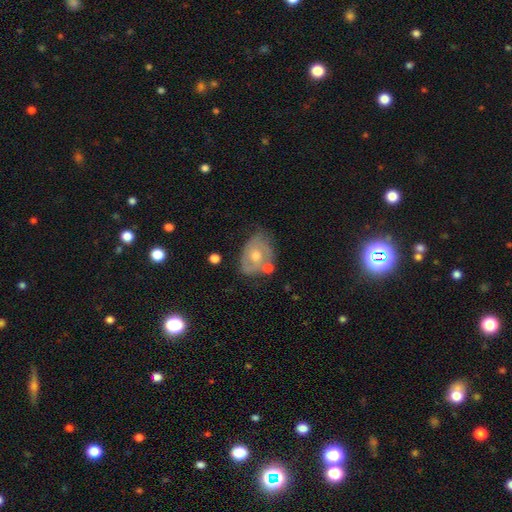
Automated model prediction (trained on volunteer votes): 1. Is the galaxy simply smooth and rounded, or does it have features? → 61% featured or disk, 30% smooth, 9% star or artifact.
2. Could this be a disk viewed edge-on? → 95% no, 5% yes.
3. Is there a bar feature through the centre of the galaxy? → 78% no, 19% weak, 4% strong.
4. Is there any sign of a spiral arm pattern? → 58% yes, 42% no.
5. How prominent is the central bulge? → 69% moderate, 24% small, 4% large, 2% none, 1% dominant.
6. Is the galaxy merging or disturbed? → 58% none, 23% minor disturbance, 11% merger, 8% major disturbance.